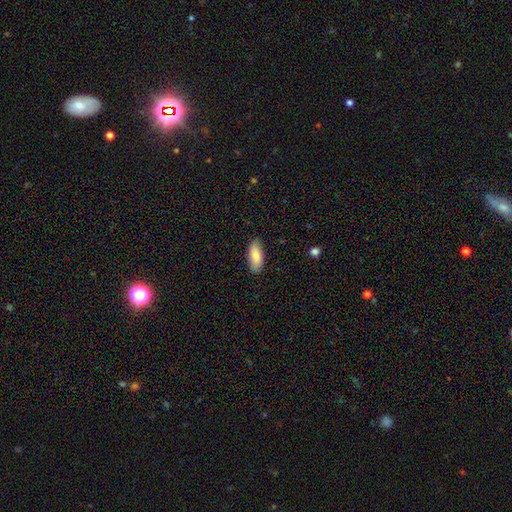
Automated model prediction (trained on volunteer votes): Smooth or featured: smooth — 82% (featured or disk — 12%)
How rounded: in between — 85% (cigar-shaped — 14%)
Merging: none — 84% (minor disturbance — 13%)